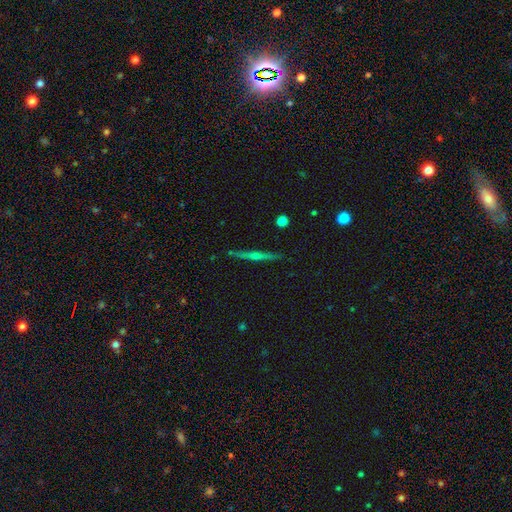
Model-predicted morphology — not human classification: type=featured or disk (73%); edge-on=yes (98%); edge-on bulge=rounded (73%); merging=none (91%).